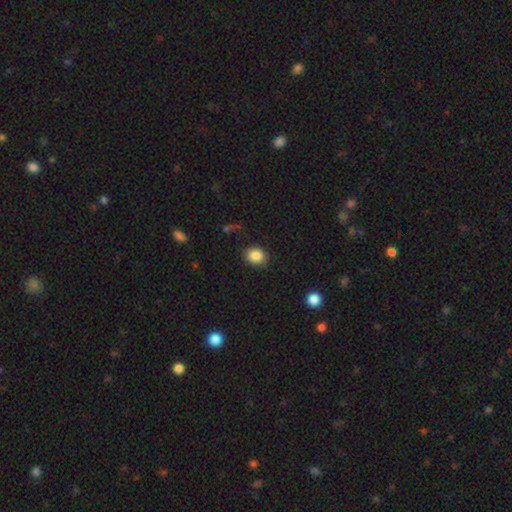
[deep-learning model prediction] The model was most divided on "how rounded": round: 51%, in between: 48%, cigar-shaped: 1%. More confident: smooth or featured — smooth (86%); merging — none (86%).